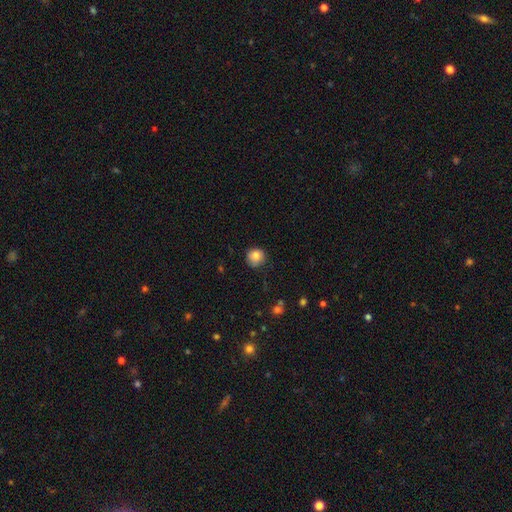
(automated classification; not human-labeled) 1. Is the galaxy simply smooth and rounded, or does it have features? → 83% smooth, 10% star or artifact, 8% featured or disk.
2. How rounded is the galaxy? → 92% round, 7% in between, 1% cigar-shaped.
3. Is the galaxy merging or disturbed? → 83% none, 13% minor disturbance, 3% major disturbance, 1% merger.